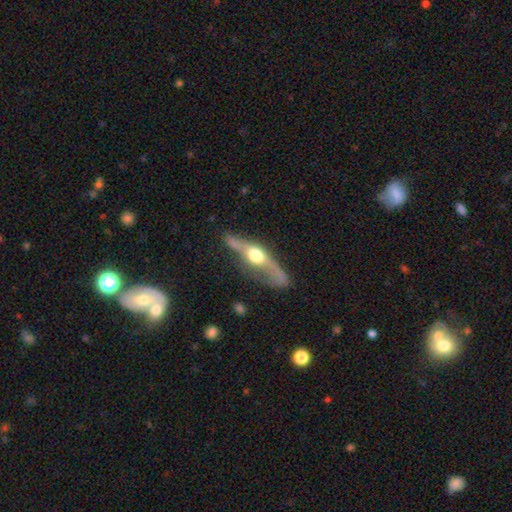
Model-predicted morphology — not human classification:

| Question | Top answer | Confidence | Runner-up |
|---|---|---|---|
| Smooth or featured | featured or disk | 73% | smooth (21%) |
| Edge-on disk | yes | 77% | no (23%) |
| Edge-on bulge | rounded | 93% | boxy (5%) |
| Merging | none | 61% | minor disturbance (21%) |